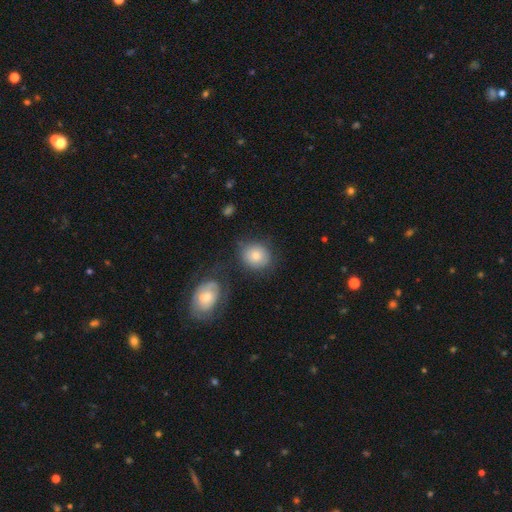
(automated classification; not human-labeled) Smooth or featured? Predicted: smooth (p=0.79). How rounded? Predicted: round (p=0.78). Merging? Predicted: none (p=0.71).